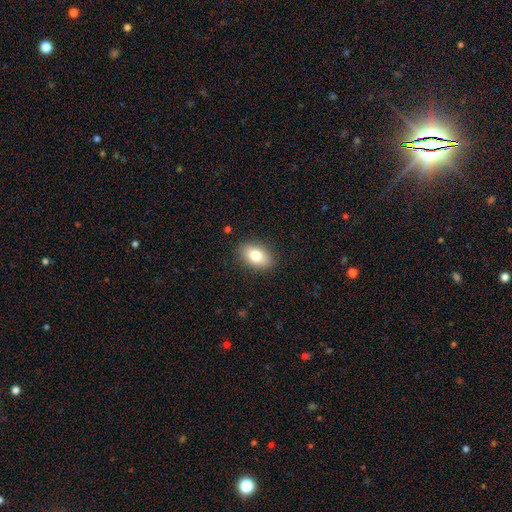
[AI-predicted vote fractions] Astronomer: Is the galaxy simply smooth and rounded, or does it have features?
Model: smooth — 80%.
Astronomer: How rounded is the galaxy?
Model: in between — 87%.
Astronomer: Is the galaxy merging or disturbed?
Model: none — 88%.